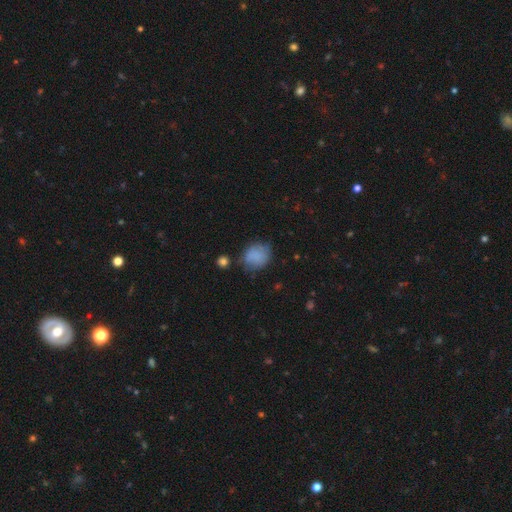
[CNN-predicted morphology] Smooth or featured: smooth — 79% (featured or disk — 11%)
How rounded: round — 60% (in between — 39%)
Merging: none — 59% (minor disturbance — 28%)